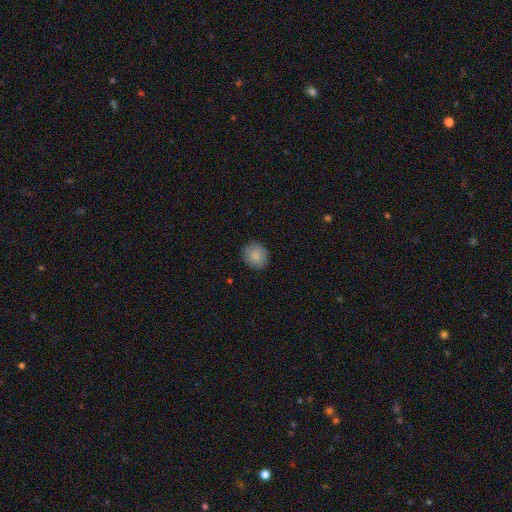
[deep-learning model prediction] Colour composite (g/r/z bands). It shows a smooth galaxy with no disk features (86%) that is round (73%). Merging: none (87%).